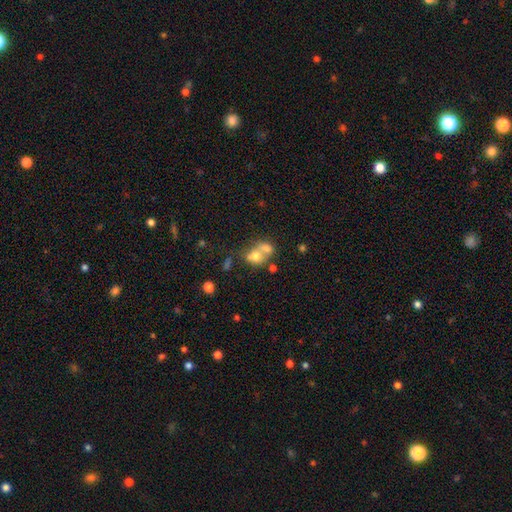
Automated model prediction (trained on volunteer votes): smooth_or_featured: smooth (p=0.68) [alt: featured or disk p=0.21]
how_rounded: round (p=0.56) [alt: in between p=0.42]
merging: merger (p=0.64) [alt: none p=0.23]